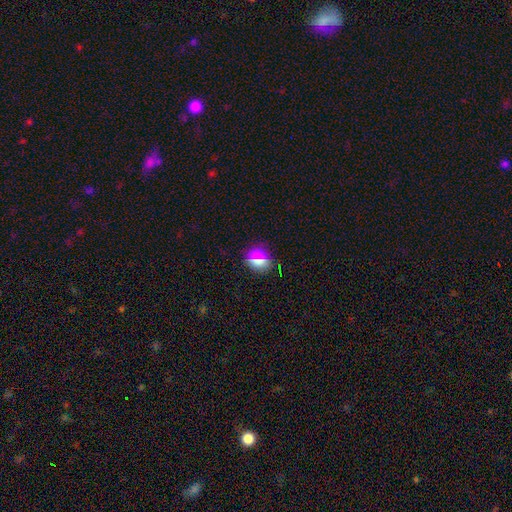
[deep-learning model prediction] The model was most divided on "smooth or featured": smooth: 73%, star or artifact: 20%, featured or disk: 8%. More confident: merging — none (87%); how rounded — round (78%).